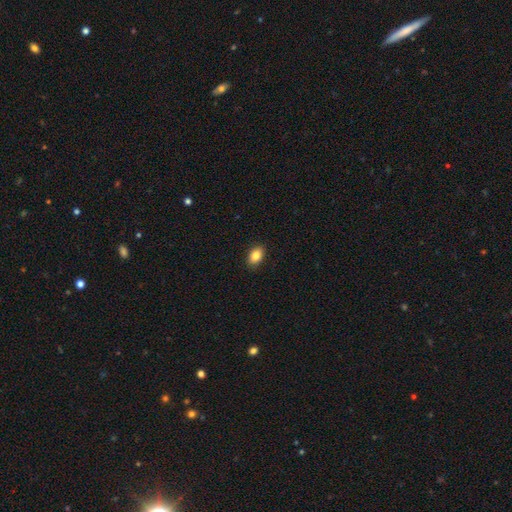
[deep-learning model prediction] Smooth or featured: smooth — 86% (star or artifact — 8%)
How rounded: in between — 87% (round — 12%)
Merging: none — 90% (minor disturbance — 7%)